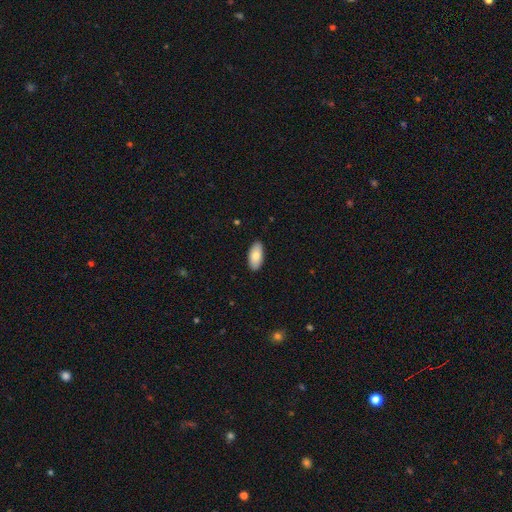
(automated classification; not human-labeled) Morphology: type=smooth (79%); roundness=in between (93%); merging=none (89%).